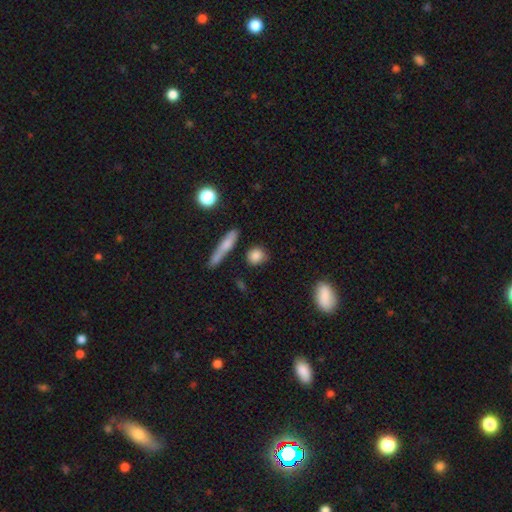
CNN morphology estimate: A smooth galaxy with no disk features (83%) that is round (73%). Merging: none (79%).